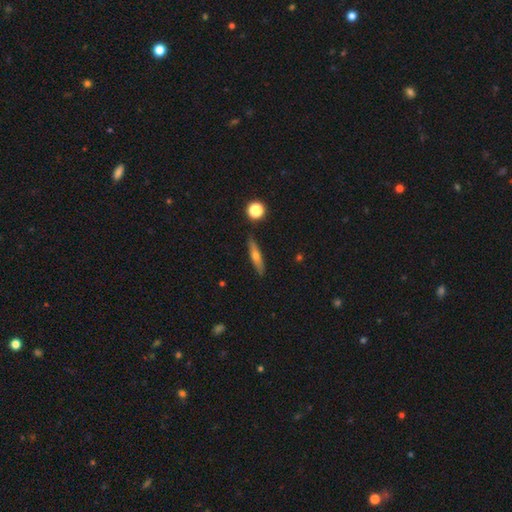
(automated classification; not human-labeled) Overall: featured or disk (47%; smooth 45%). Merging: none (88%).